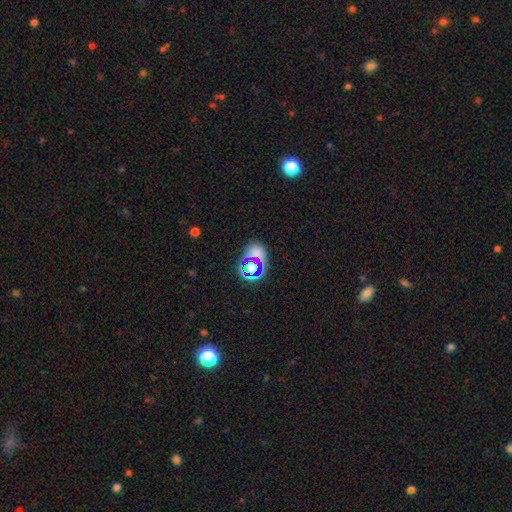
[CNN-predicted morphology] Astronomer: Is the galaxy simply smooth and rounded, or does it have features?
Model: smooth — 51% (runner-up: star or artifact, 36%).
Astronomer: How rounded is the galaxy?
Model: round — 65%.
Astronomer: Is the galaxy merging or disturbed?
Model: none — 58%.